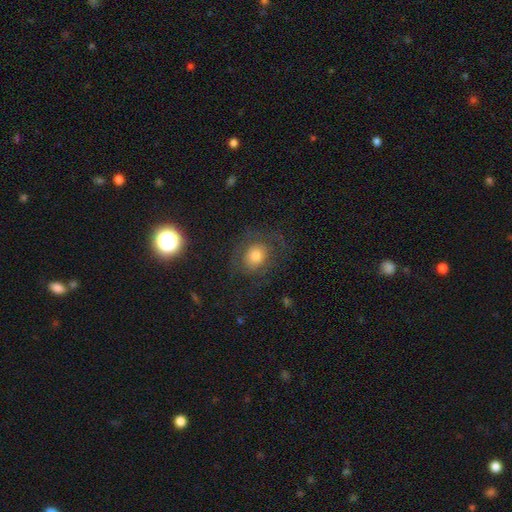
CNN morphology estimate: A smooth galaxy with no disk features (58%) that is round (66%).

Vote fractions:
- Smooth or featured? smooth: 58% / featured or disk: 30% / star or artifact: 12%
- How rounded? round: 66% / in between: 33% / cigar-shaped: 1%
- Merging? none: 67% / minor disturbance: 16% / major disturbance: 16% / merger: 2%